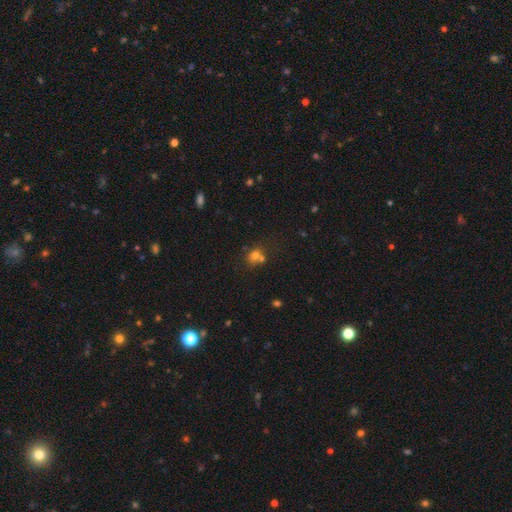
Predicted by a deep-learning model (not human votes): Morphology: type=smooth (68%); roundness=round (68%); merging=none (45%).